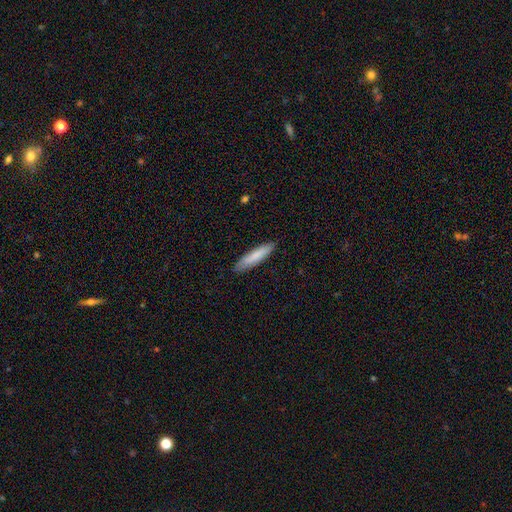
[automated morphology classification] type=smooth (81%); roundness=cigar-shaped (82%); merging=none (87%).